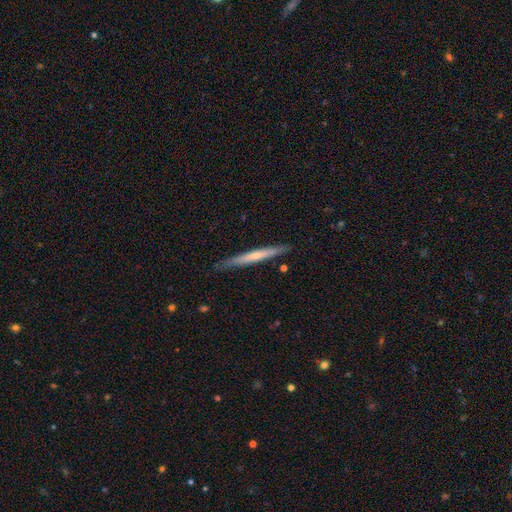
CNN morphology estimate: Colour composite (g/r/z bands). It shows a featured or disk galaxy (47%, tied with smooth). Merging: none (86%).